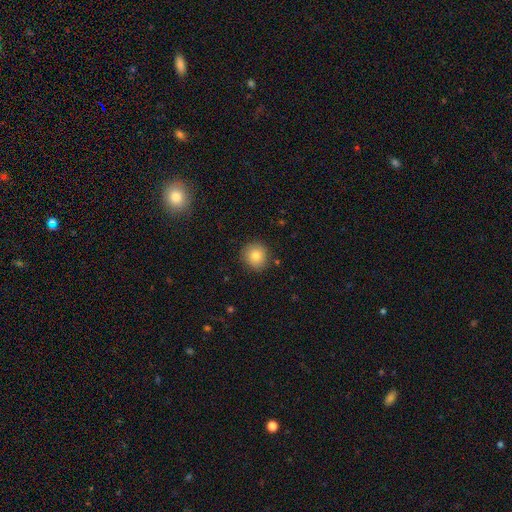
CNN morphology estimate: type=smooth (82%); roundness=round (91%); merging=none (88%).